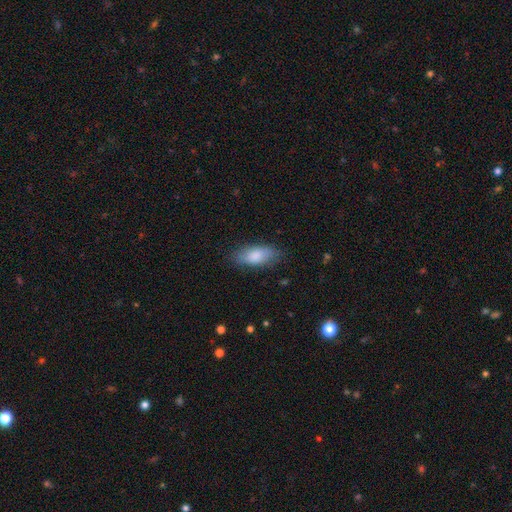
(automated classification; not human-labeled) Smooth or featured? smooth (83%)
How rounded? in between (84%)
Merging? none (78%)